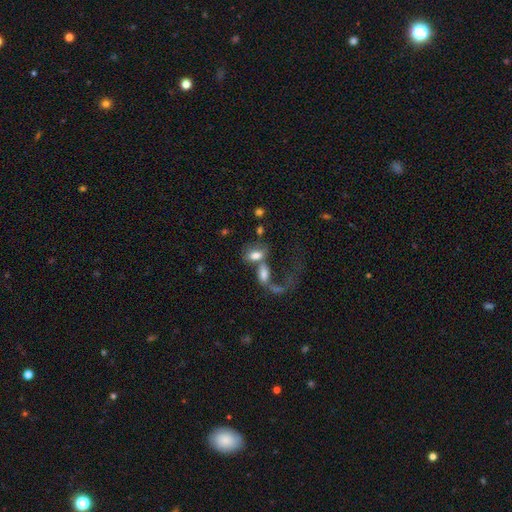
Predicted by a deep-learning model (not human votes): Morphology: type=smooth (66%); roundness=in between (87%); merging=merger (58%).